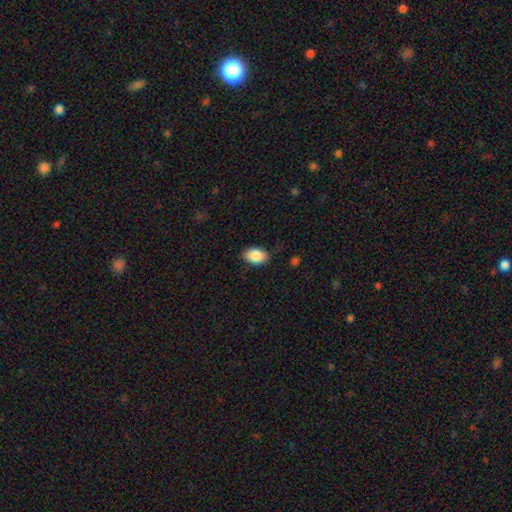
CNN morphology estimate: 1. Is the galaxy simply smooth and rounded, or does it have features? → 87% smooth, 7% star or artifact, 6% featured or disk.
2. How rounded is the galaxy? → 85% in between, 14% round, 1% cigar-shaped.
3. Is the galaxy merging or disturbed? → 83% none, 13% minor disturbance, 3% major disturbance, 1% merger.